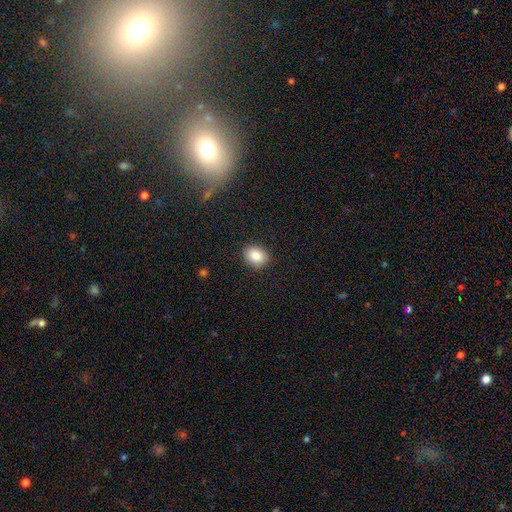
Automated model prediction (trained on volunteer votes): Smooth or featured? Predicted: smooth (p=0.87). How rounded? Predicted: in between (p=0.52). Merging? Predicted: none (p=0.88).